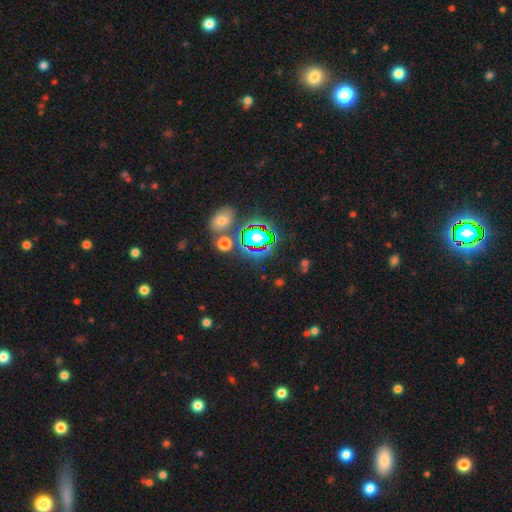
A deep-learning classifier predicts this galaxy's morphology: The model was most divided on "smooth or featured": star or artifact: 75%, smooth: 16%, featured or disk: 9%.